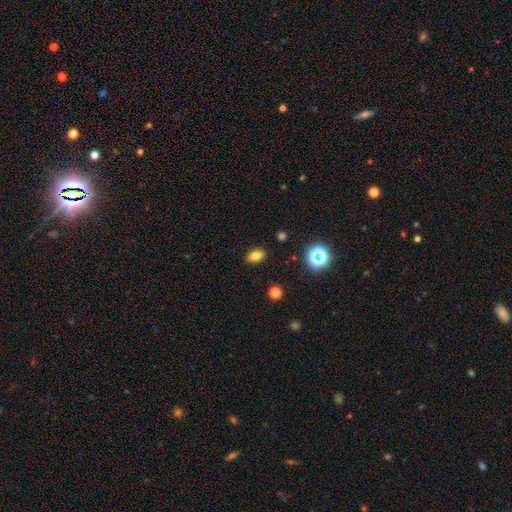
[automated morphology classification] A smooth galaxy with no disk features (79%) that is in between round and cigar-shaped (84%).

Vote fractions:
- Smooth or featured? smooth: 79% / star or artifact: 14% / featured or disk: 8%
- How rounded? in between: 84% / round: 15% / cigar-shaped: 2%
- Merging? none: 88% / minor disturbance: 8% / major disturbance: 2% / merger: 1%